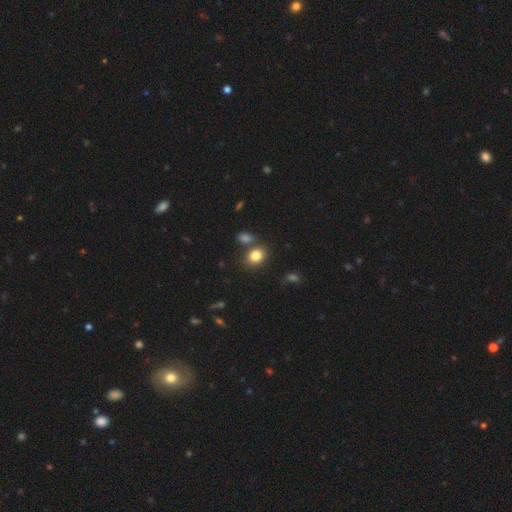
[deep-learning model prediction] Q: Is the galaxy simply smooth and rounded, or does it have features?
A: smooth — 83%.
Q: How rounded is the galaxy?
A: in between — 52%.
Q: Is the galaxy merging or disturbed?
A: none — 68%.